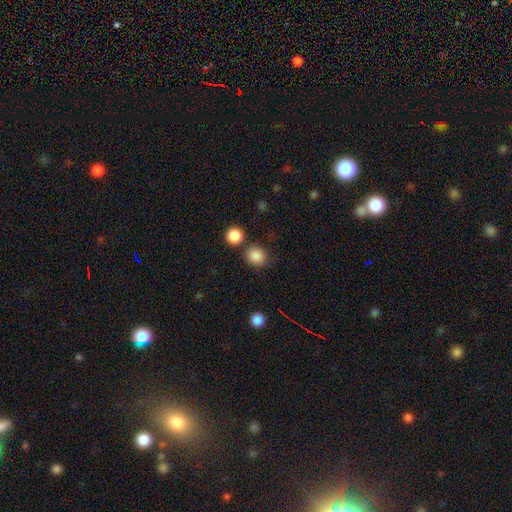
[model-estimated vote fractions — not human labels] This is clearly a smooth galaxy (86%). How rounded: clearly round (86%). Merging: likely none (75%).